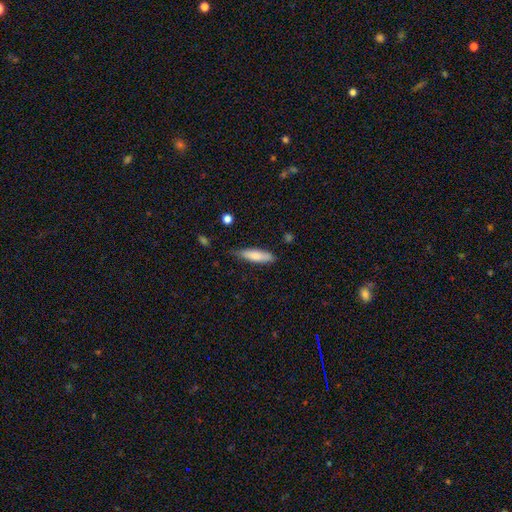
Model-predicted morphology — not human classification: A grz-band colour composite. It shows a smooth galaxy with no disk features (82%) that is cigar-shaped (62%). Merging: none (76%).